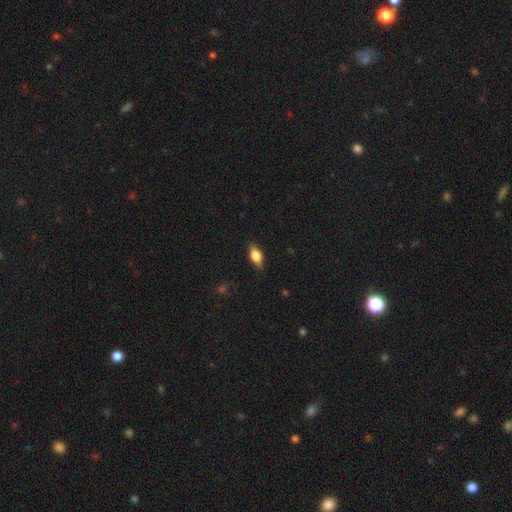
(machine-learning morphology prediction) Q: Smooth or featured?
A: smooth (67%); runner-up: featured or disk (25%)
Q: How rounded?
A: in between (81%); runner-up: cigar-shaped (12%)
Q: Merging?
A: none (83%); runner-up: minor disturbance (13%)